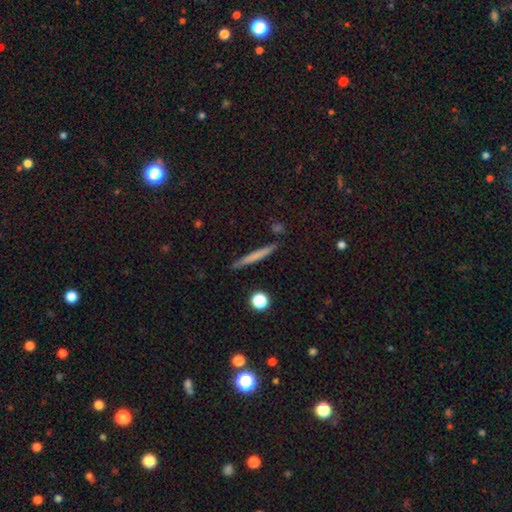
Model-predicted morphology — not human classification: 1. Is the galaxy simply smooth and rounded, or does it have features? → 63% smooth, 30% featured or disk, 7% star or artifact.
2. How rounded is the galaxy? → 96% cigar-shaped, 2% in between, 2% round.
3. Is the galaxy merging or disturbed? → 88% none, 8% minor disturbance, 2% merger, 2% major disturbance.